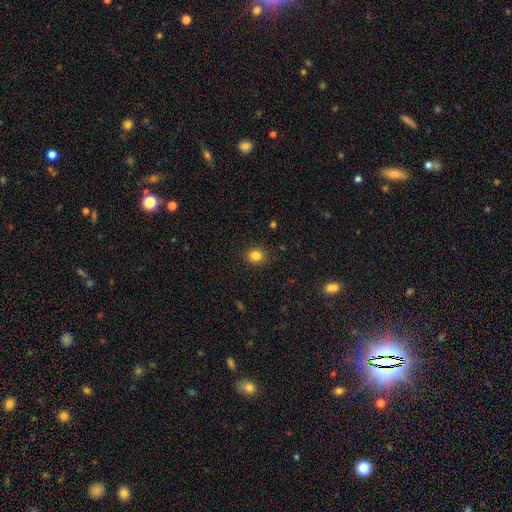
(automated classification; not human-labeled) Q: Smooth or featured?
A: smooth (84%); runner-up: star or artifact (11%)
Q: How rounded?
A: round (76%); runner-up: in between (23%)
Q: Merging?
A: none (89%); runner-up: minor disturbance (8%)